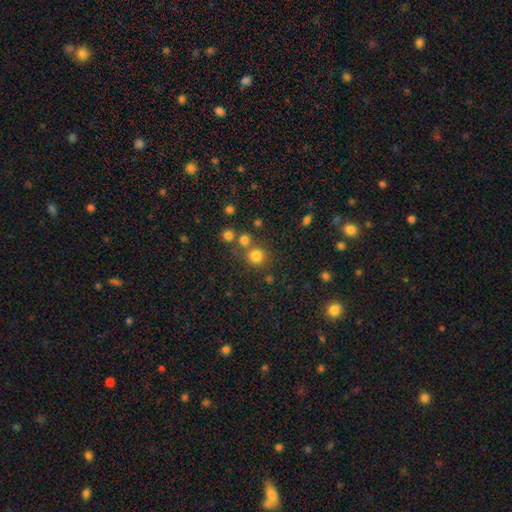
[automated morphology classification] The model was most divided on "merging": none: 70%, merger: 18%, minor disturbance: 8%, major disturbance: 4%. More confident: how rounded — round (90%); smooth or featured — smooth (78%).